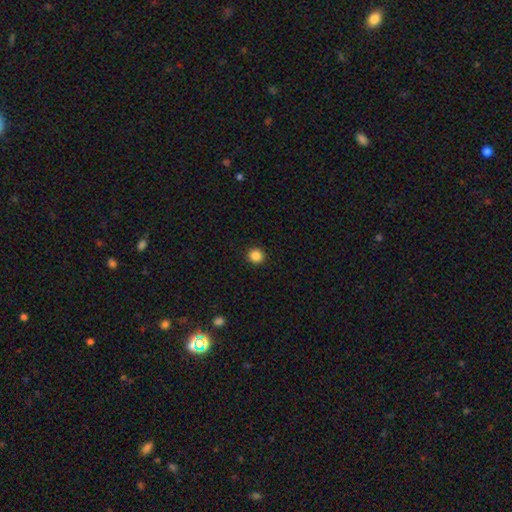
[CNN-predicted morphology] Smooth or featured?
  - smooth: 86% *
  - star or artifact: 11%
  - featured or disk: 3%
How rounded?
  - round: 95% *
  - in between: 4%
  - cigar-shaped: 1%
Merging?
  - none: 94% *
  - minor disturbance: 4%
  - major disturbance: 1%
  - merger: 1%